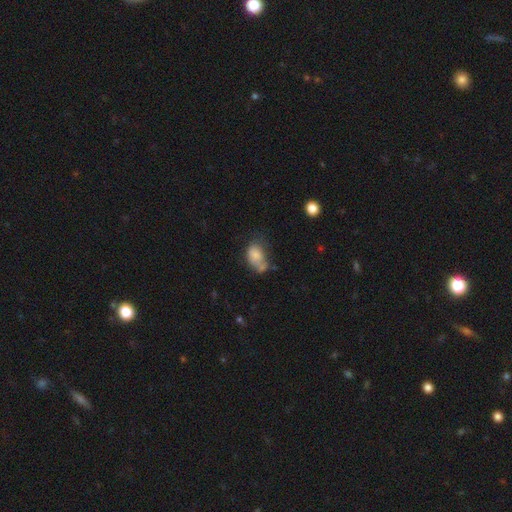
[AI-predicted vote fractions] A smooth galaxy with no disk features (74%) that is in between round and cigar-shaped (85%).

Vote fractions:
- Smooth or featured? smooth: 74% / featured or disk: 17% / star or artifact: 9%
- How rounded? in between: 85% / round: 14% / cigar-shaped: 1%
- Merging? none: 30% / minor disturbance: 29% / merger: 21% / major disturbance: 21%